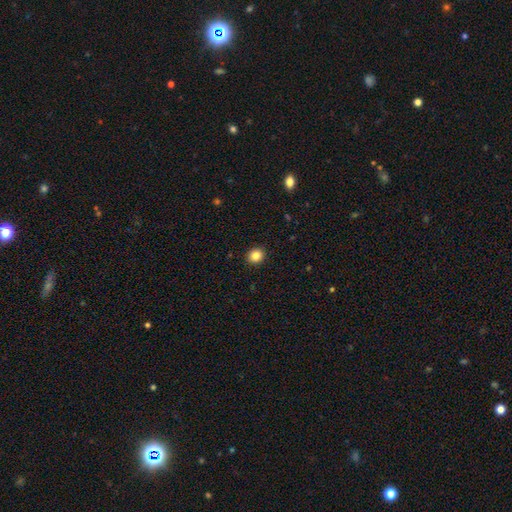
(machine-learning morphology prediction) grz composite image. It shows a smooth galaxy with no disk features (86%) that is round (76%). Merging: none (92%).